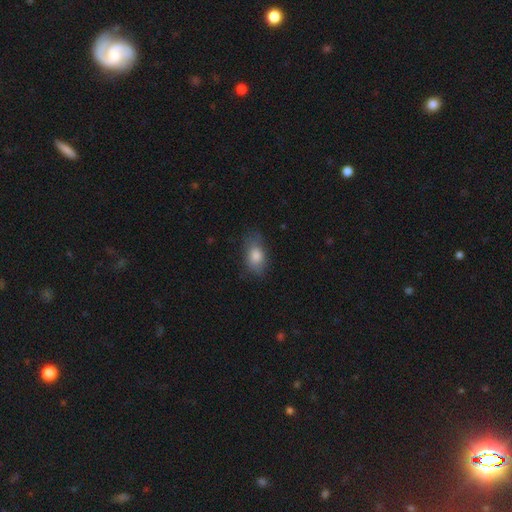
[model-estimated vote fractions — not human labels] Smooth or featured? smooth (79%)
How rounded? in between (86%)
Merging? none (72%)